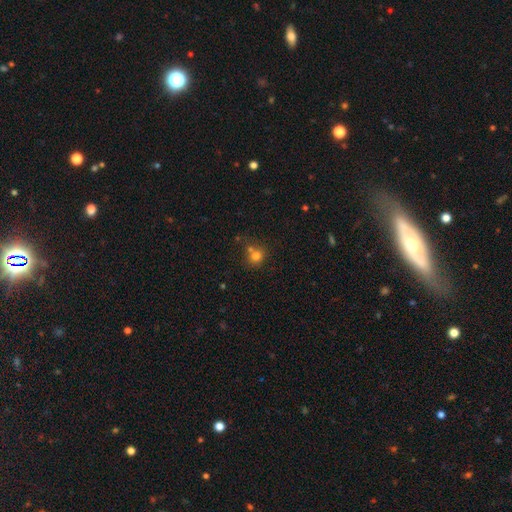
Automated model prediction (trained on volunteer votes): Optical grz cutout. It shows a smooth galaxy with no disk features (76%) that is round (84%). Merging: none (55%).